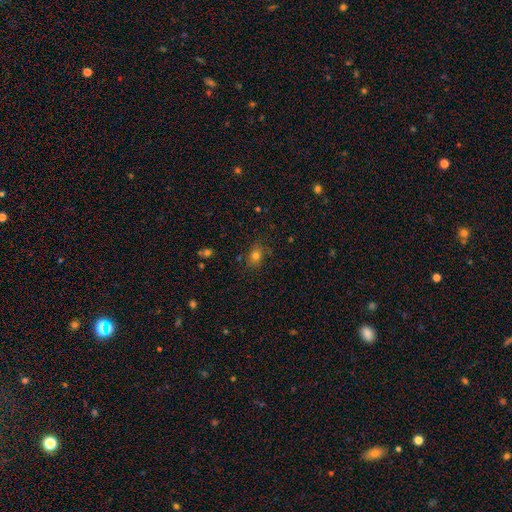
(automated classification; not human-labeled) Smooth or featured: smooth — 76% (star or artifact — 15%)
How rounded: in between — 53% (round — 45%)
Merging: none — 79% (minor disturbance — 15%)